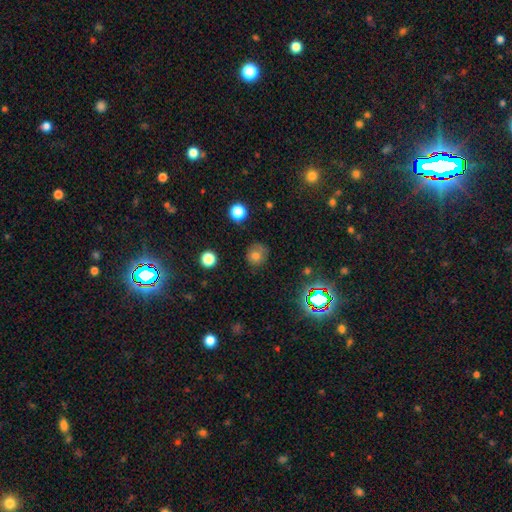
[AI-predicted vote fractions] The model was most divided on "smooth or featured": smooth: 72%, star or artifact: 18%, featured or disk: 10%. More confident: how rounded — round (86%); merging — none (73%).